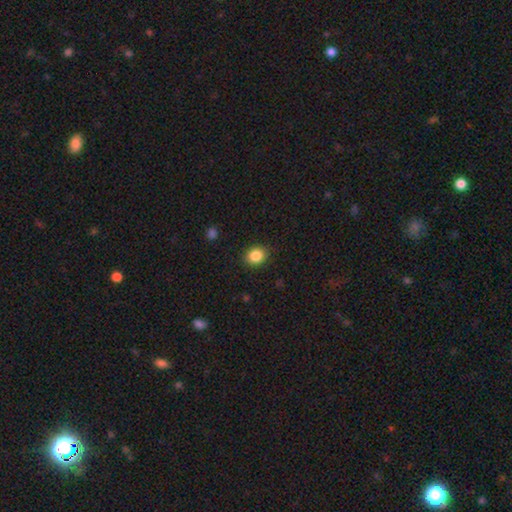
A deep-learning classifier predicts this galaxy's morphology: smooth-or-featured: smooth: 86% | star or artifact: 10% | featured or disk: 4%
  how-rounded: round: 65% | in between: 34% | cigar-shaped: 1%
  merging: none: 88% | minor disturbance: 9% | major disturbance: 2% | merger: 1%